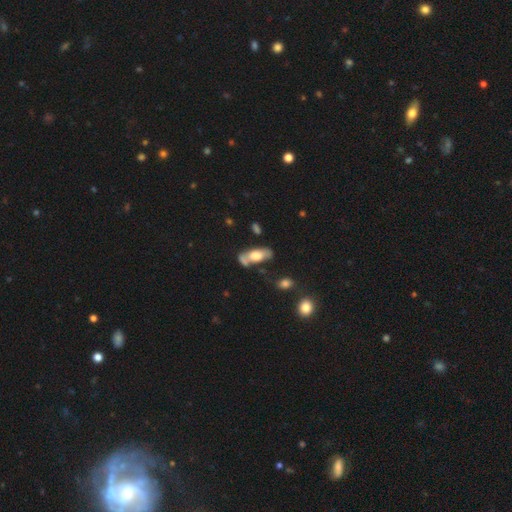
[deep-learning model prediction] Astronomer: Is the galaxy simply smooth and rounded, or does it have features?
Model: smooth — 55% (runner-up: featured or disk, 38%).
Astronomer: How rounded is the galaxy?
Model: in between — 78%.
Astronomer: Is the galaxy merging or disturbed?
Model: none — 48%.